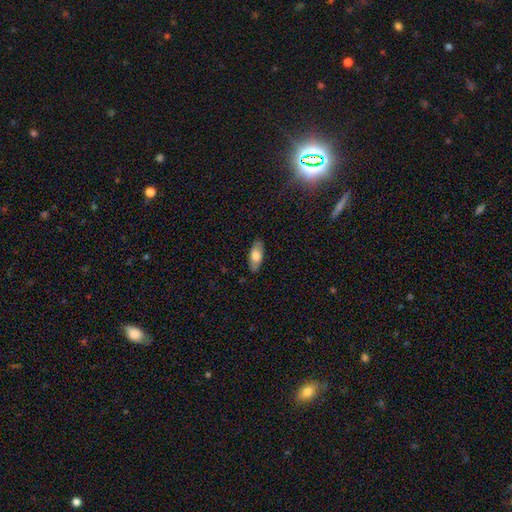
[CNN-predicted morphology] Smooth or featured? Predicted: smooth (p=0.74). How rounded? Predicted: in between (p=0.82). Merging? Predicted: none (p=0.87).